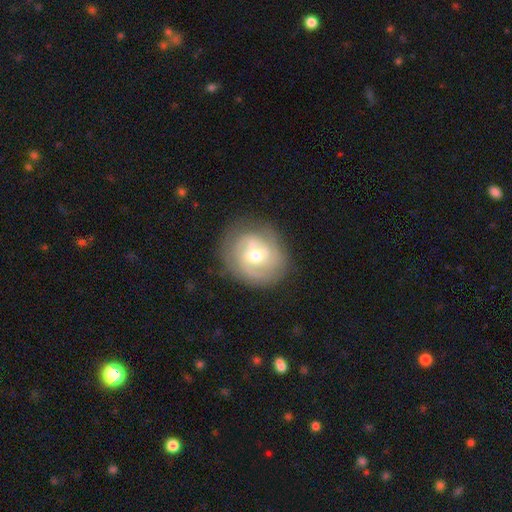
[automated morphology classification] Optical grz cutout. It shows a featured or disk galaxy (71%) with a weak bar (45%), 2 (40%) tight (56%) spiral arms (82%) and a moderate central bulge (62%). Merging: none (71%).